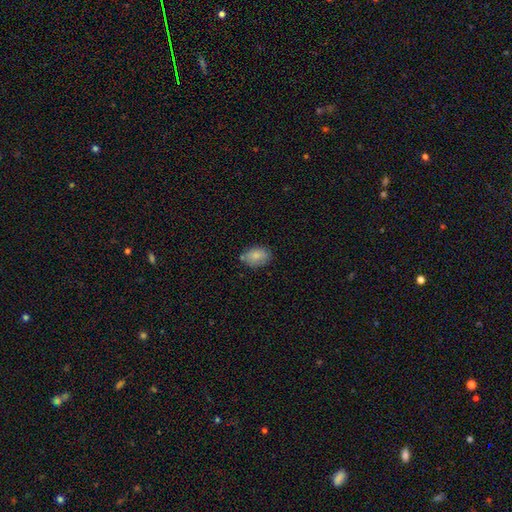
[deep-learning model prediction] The model was most divided on "merging": none: 74%, minor disturbance: 18%, merger: 4%, major disturbance: 3%. More confident: smooth or featured — smooth (85%); how rounded — in between (83%).